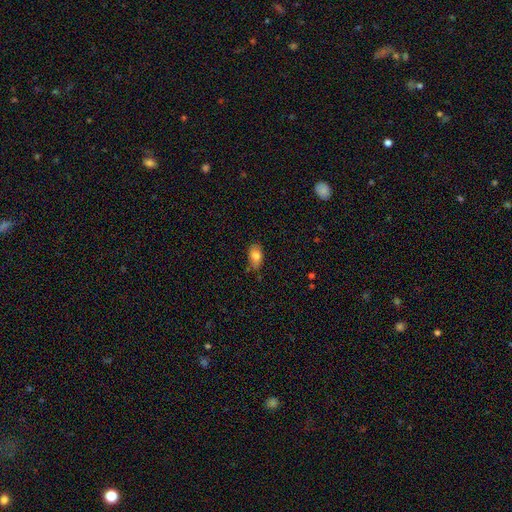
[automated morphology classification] A smooth galaxy with no disk features (82%) that is in between round and cigar-shaped (91%). Merging: none (71%).